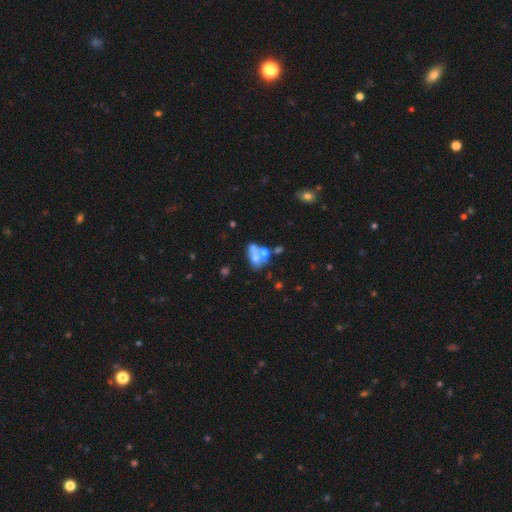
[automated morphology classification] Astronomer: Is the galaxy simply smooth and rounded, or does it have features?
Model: smooth — 45% (runner-up: featured or disk, 40%).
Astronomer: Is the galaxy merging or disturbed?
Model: merger — 56%.